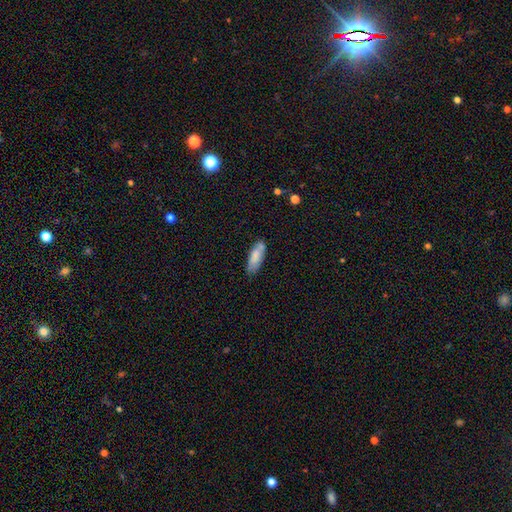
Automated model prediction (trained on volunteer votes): This appears to be a smooth galaxy with no disk features (80%) that is in between round and cigar-shaped (62%). Merging: none (66%).